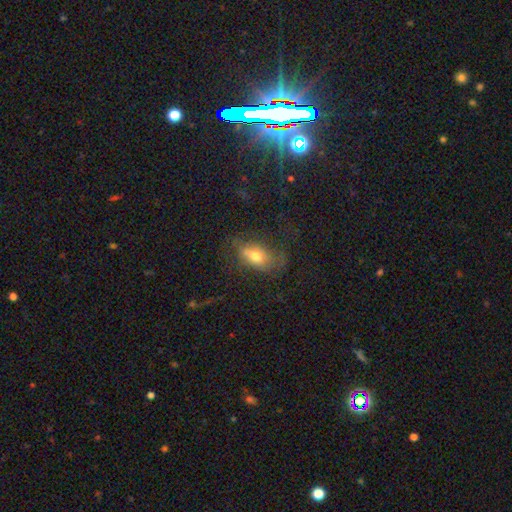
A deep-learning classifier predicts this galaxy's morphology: Q: Smooth or featured?
A: smooth (61%); runner-up: featured or disk (27%)
Q: How rounded?
A: in between (85%); runner-up: round (9%)
Q: Merging?
A: none (54%); runner-up: minor disturbance (22%)